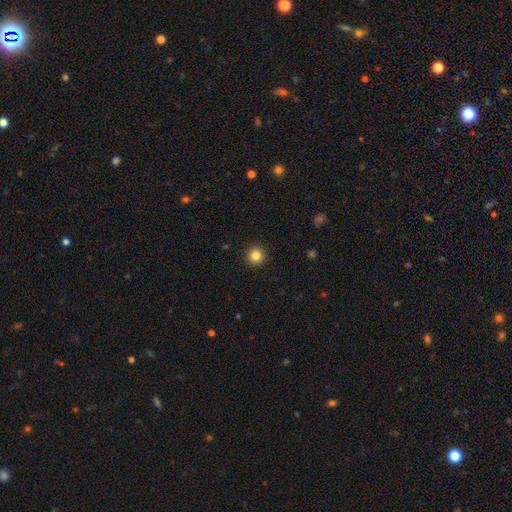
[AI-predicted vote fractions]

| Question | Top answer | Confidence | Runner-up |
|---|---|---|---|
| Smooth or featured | smooth | 84% | star or artifact (12%) |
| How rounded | round | 95% | in between (4%) |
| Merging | none | 93% | minor disturbance (5%) |